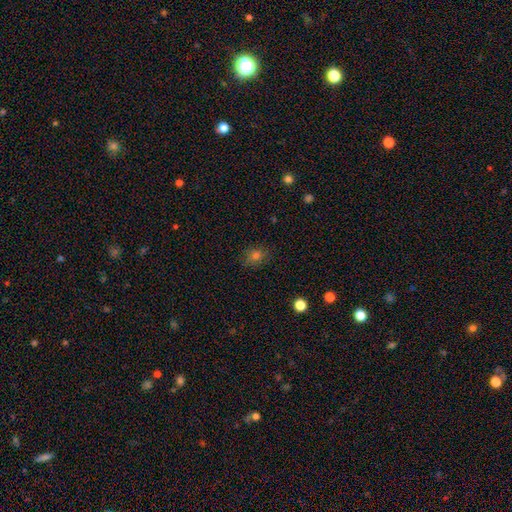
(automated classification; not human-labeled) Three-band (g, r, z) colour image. It shows a smooth galaxy with no disk features (68%) that is round (61%). Merging: none (82%).